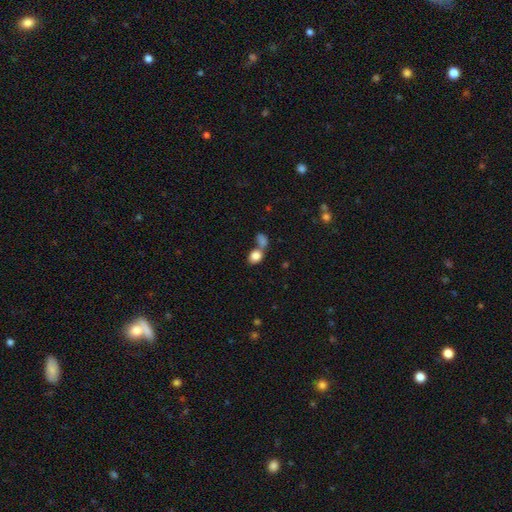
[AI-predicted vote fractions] Smooth or featured: smooth — 83% (star or artifact — 10%)
How rounded: in between — 54% (round — 44%)
Merging: merger — 51% (none — 35%)